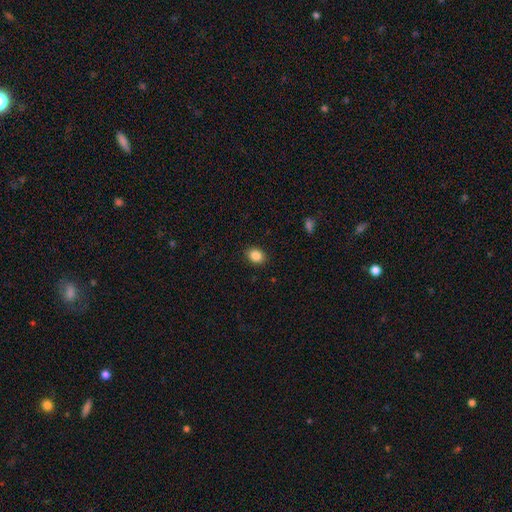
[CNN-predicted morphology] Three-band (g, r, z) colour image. It shows a smooth galaxy with no disk features (87%) that is in between round and cigar-shaped (58%). Merging: none (89%).